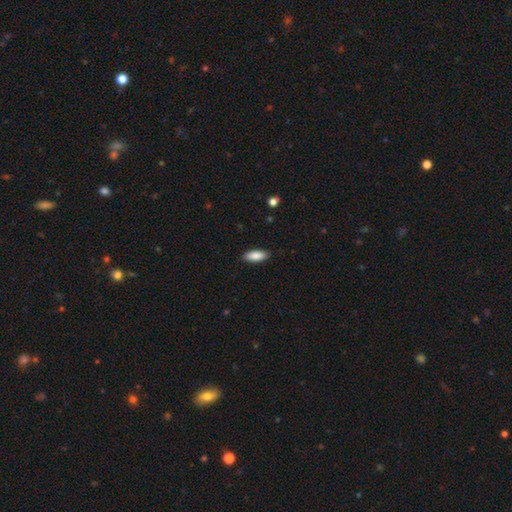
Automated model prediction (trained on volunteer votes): Q: Smooth or featured?
A: smooth (87%); runner-up: featured or disk (7%)
Q: How rounded?
A: in between (75%); runner-up: cigar-shaped (23%)
Q: Merging?
A: none (89%); runner-up: minor disturbance (8%)